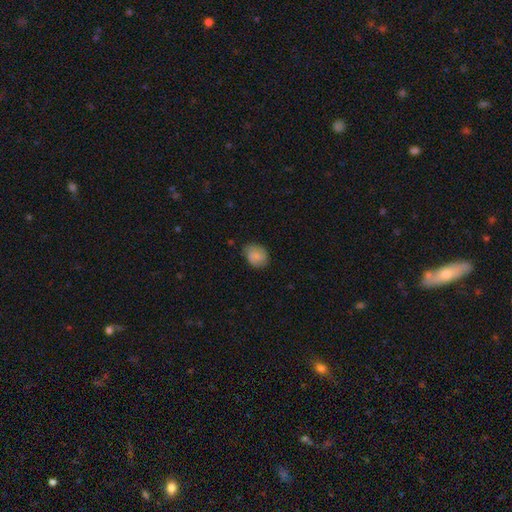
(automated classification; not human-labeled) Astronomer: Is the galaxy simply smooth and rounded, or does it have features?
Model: smooth — 69%.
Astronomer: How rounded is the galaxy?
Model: round — 50% (runner-up: in between, 49%).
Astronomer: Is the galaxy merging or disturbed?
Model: none — 71%.